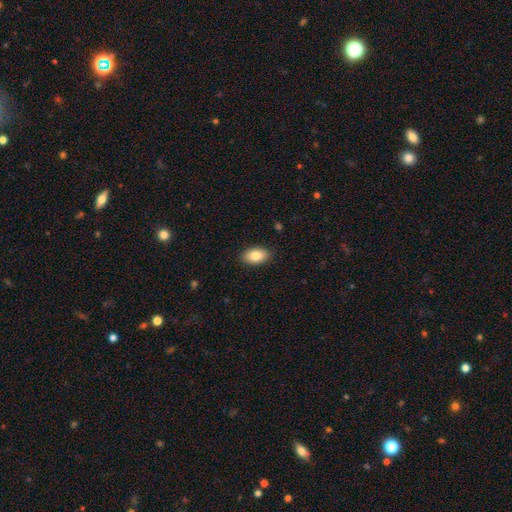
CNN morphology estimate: smooth_or_featured: smooth (p=0.84) [alt: featured or disk p=0.09]
how_rounded: in between (p=0.91) [alt: round p=0.08]
merging: none (p=0.86) [alt: minor disturbance p=0.11]